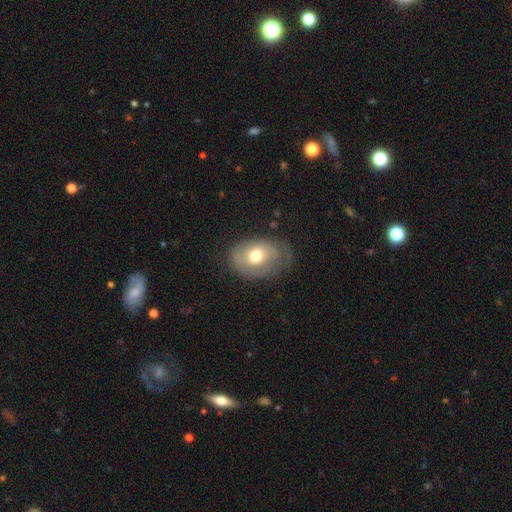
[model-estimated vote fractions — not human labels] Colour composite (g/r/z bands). It shows a smooth galaxy with no disk features (60%) that is in between round and cigar-shaped (72%). Merging: none (56%).